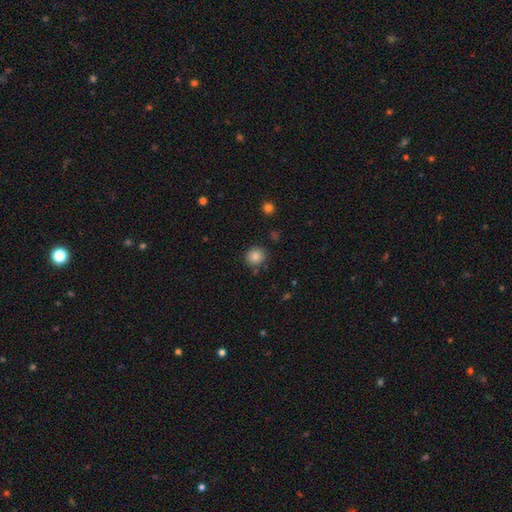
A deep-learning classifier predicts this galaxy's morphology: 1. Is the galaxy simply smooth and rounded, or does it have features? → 85% smooth, 10% star or artifact, 5% featured or disk.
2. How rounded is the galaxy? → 89% round, 10% in between, 1% cigar-shaped.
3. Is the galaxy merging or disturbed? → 84% none, 10% minor disturbance, 3% merger, 3% major disturbance.